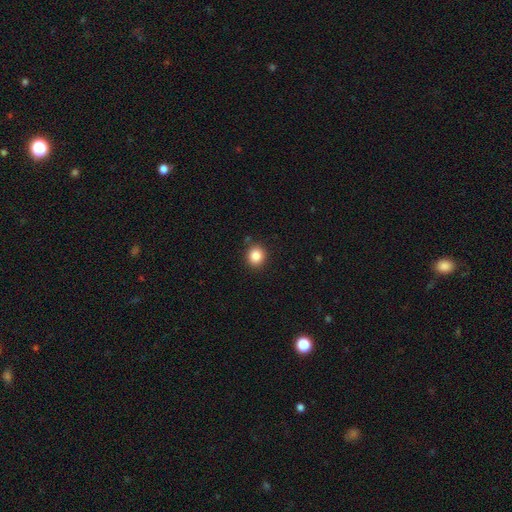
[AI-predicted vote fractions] Smooth or featured? smooth (86%)
How rounded? round (85%)
Merging? none (88%)